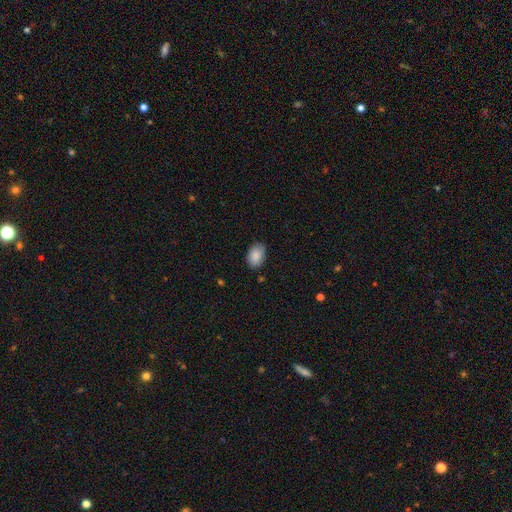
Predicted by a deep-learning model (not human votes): Morphology: type=smooth (88%); roundness=in between (88%); merging=none (83%).